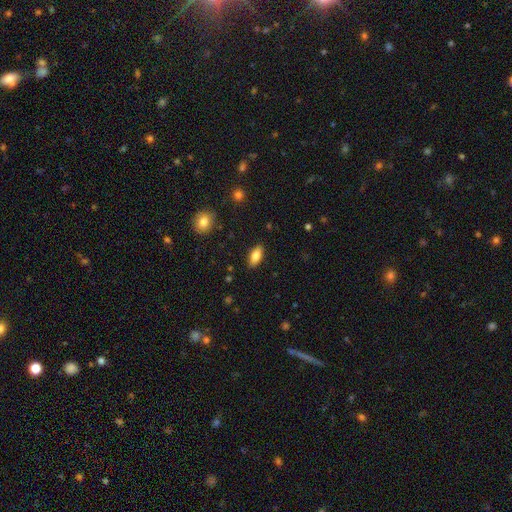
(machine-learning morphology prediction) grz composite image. It shows a smooth galaxy with no disk features (82%) that is in between round and cigar-shaped (87%). Merging: none (88%).